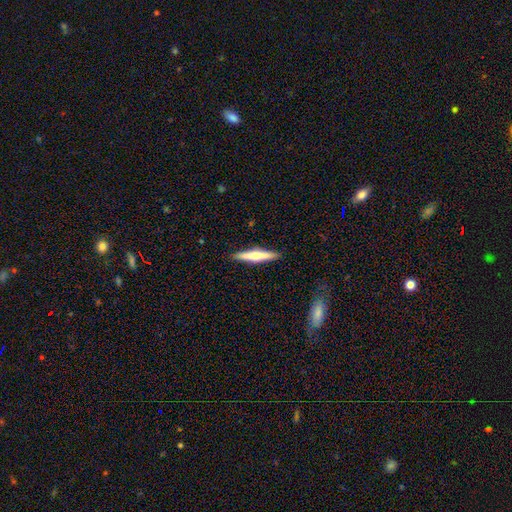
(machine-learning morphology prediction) type=smooth (49%); merging=none (91%).